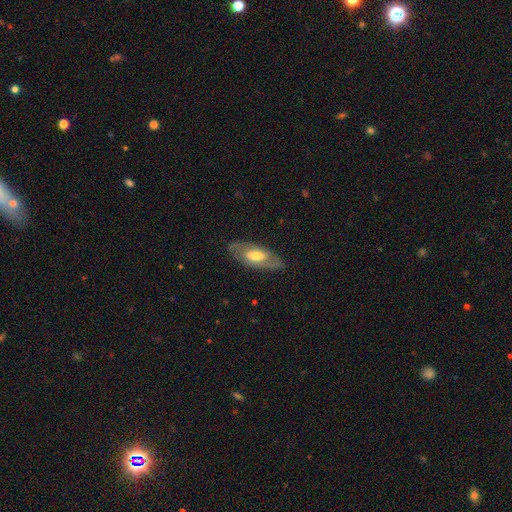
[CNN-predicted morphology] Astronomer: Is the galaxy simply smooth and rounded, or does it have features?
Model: featured or disk — 59% (runner-up: smooth, 35%).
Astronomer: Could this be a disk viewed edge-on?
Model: no — 82%.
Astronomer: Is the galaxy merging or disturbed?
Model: none — 80%.